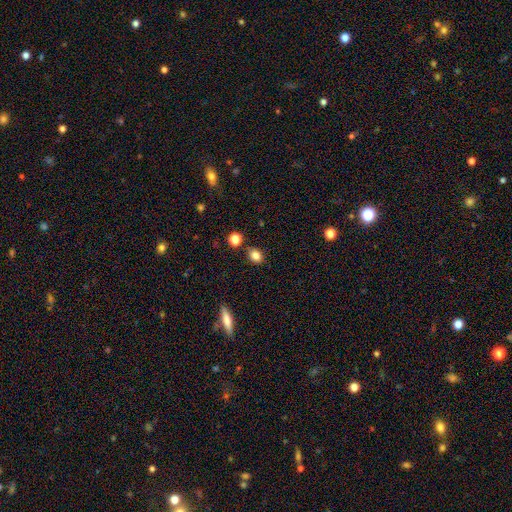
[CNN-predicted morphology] A smooth galaxy with no disk features (83%) that is in between round and cigar-shaped (52%). Merging: none (83%).